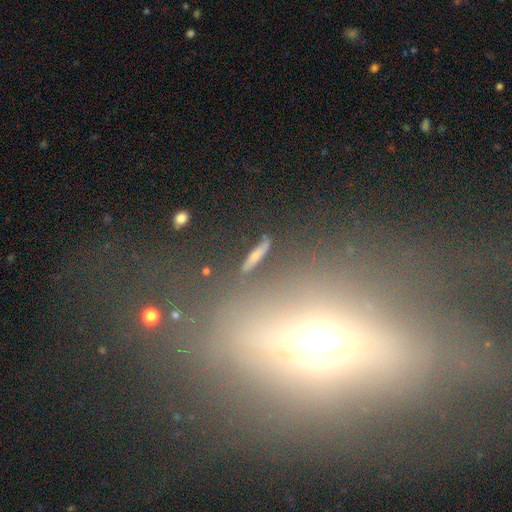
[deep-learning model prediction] Smooth or featured: smooth — 52% (featured or disk — 29%)
How rounded: cigar-shaped — 76% (in between — 16%)
Merging: none — 78% (minor disturbance — 12%)